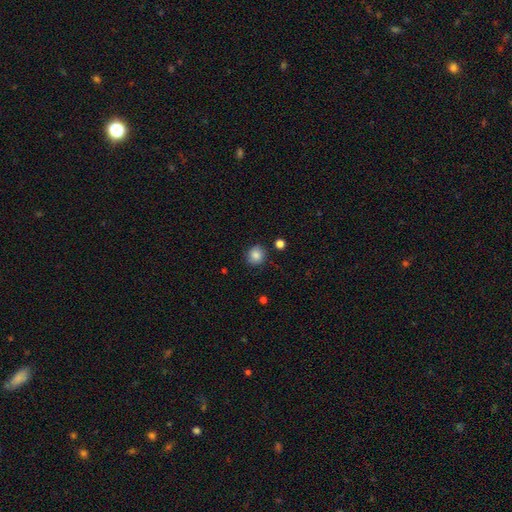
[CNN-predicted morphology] type=smooth (83%); roundness=round (86%); merging=none (82%).